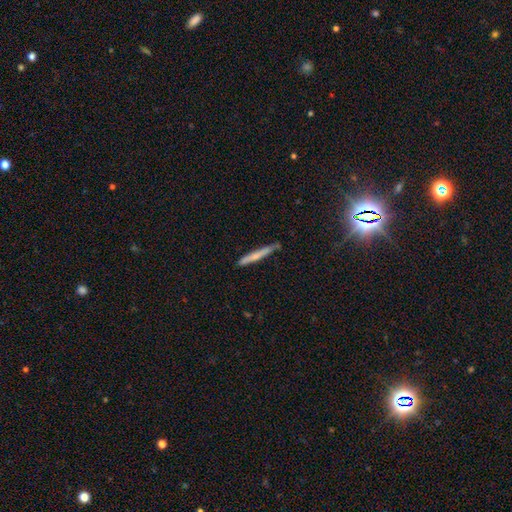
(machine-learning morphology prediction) Smooth or featured: smooth — 62% (featured or disk — 32%)
How rounded: cigar-shaped — 96% (in between — 3%)
Merging: none — 82% (minor disturbance — 14%)